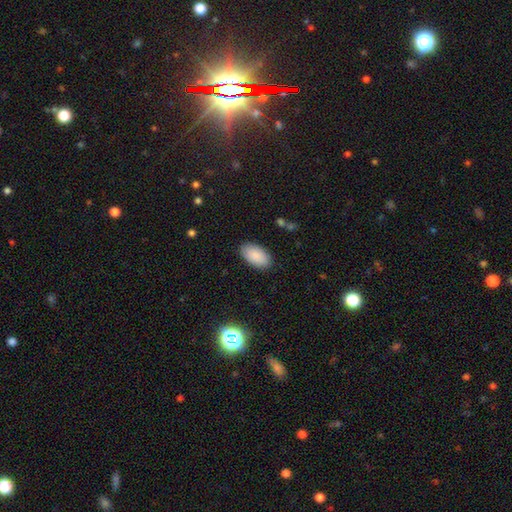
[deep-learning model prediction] smooth-or-featured: smooth: 89% | star or artifact: 6% | featured or disk: 5%
  how-rounded: in between: 96% | round: 3% | cigar-shaped: 2%
  merging: none: 88% | minor disturbance: 9% | major disturbance: 2% | merger: 1%